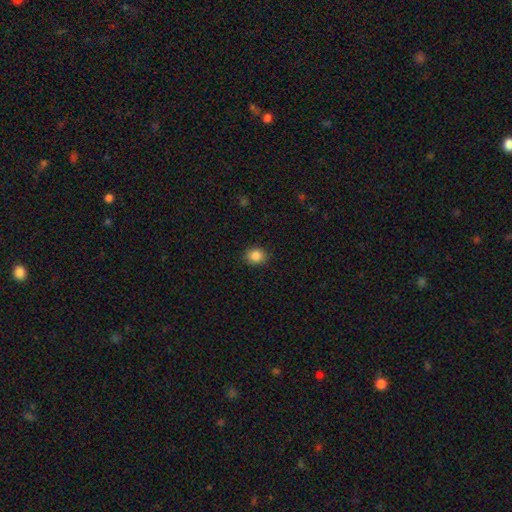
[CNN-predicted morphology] The model was most divided on "how rounded": round: 70%, in between: 29%, cigar-shaped: 1%. More confident: merging — none (88%); smooth or featured — smooth (87%).